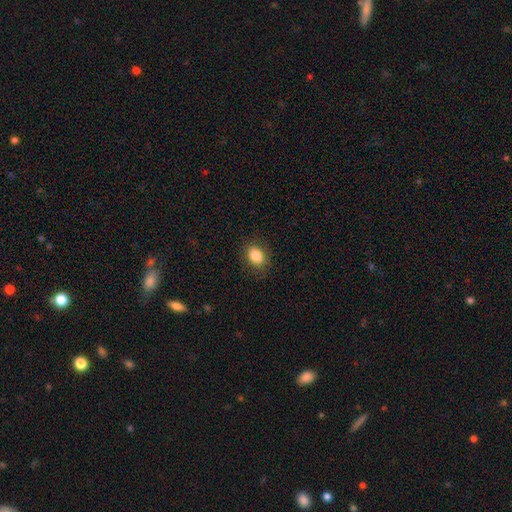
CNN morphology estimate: This is clearly a smooth galaxy (85%). How rounded: likely in between (67%). Merging: clearly none (86%).